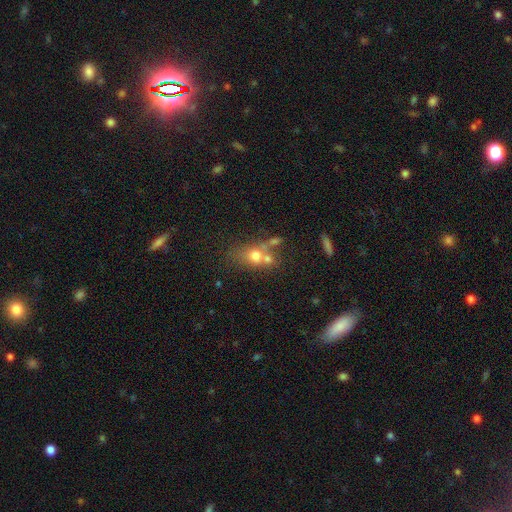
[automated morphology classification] smooth_or_featured: smooth (p=0.64) [alt: featured or disk p=0.23]
how_rounded: in between (p=0.52) [alt: round p=0.45]
merging: merger (p=0.46) [alt: none p=0.33]